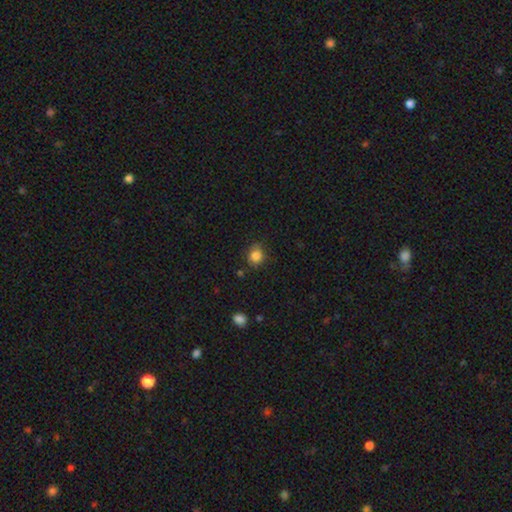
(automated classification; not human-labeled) smooth_or_featured: smooth (p=0.84) [alt: star or artifact p=0.11]
how_rounded: round (p=0.77) [alt: in between p=0.22]
merging: none (p=0.72) [alt: minor disturbance p=0.20]